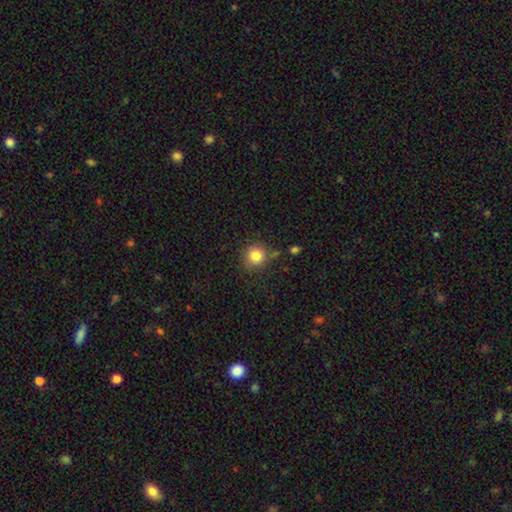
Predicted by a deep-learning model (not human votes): A smooth galaxy with no disk features (82%) that is round (93%). Merging: none (80%).